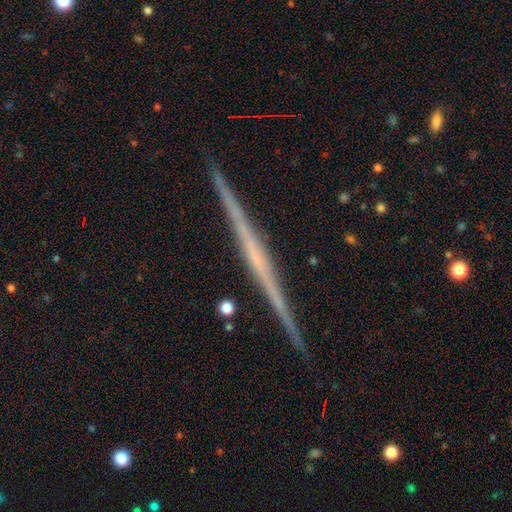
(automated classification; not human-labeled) The model was most divided on "smooth or featured": featured or disk: 78%, smooth: 16%, star or artifact: 6%. More confident: edge-on disk — yes (98%); merging — none (92%); edge-on bulge — none (77%).